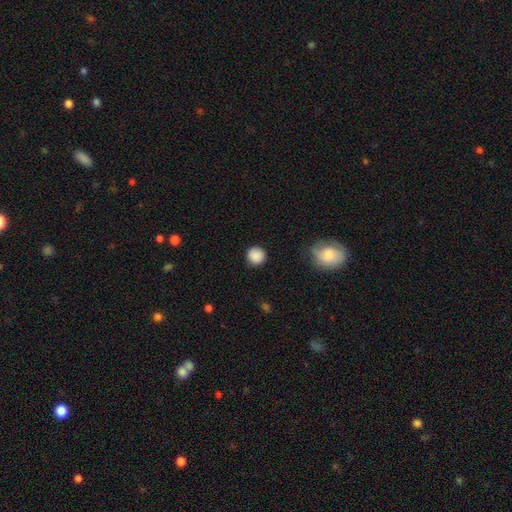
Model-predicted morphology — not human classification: A smooth galaxy with no disk features (88%) that is round (93%).

Vote fractions:
- Smooth or featured? smooth: 88% / star or artifact: 9% / featured or disk: 3%
- How rounded? round: 93% / in between: 6% / cigar-shaped: 1%
- Merging? none: 89% / minor disturbance: 8% / major disturbance: 3% / merger: 1%